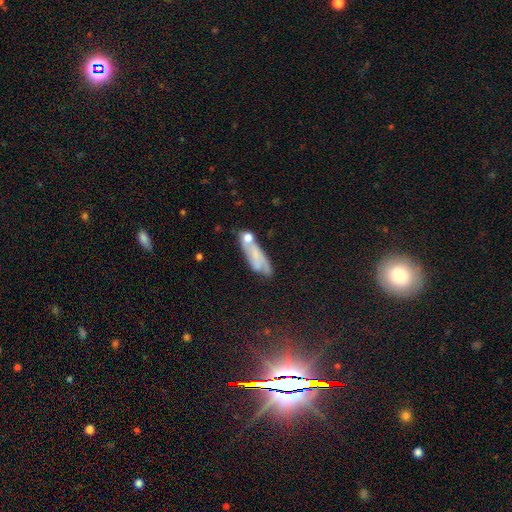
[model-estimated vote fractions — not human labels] Smooth or featured? Predicted: smooth (p=0.47). Merging? Predicted: none (p=0.47).